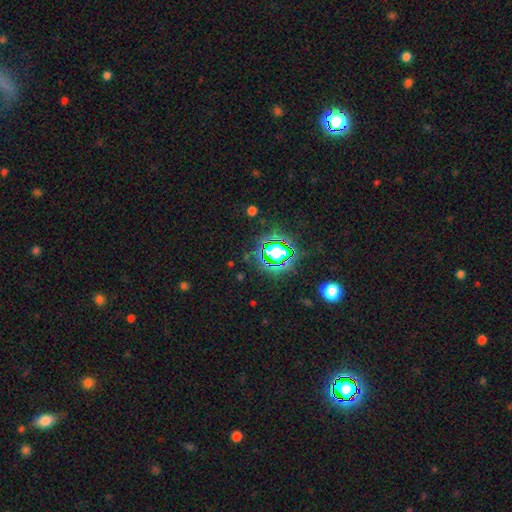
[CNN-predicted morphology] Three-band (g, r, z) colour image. It shows a star or artifact, not a galaxy (79%).